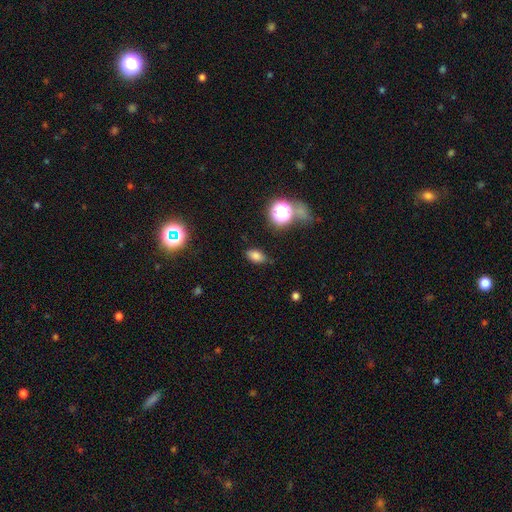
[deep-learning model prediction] smooth-or-featured: smooth: 76% | star or artifact: 16% | featured or disk: 8%
  how-rounded: in between: 86% | round: 11% | cigar-shaped: 3%
  merging: none: 78% | minor disturbance: 16% | major disturbance: 4% | merger: 2%